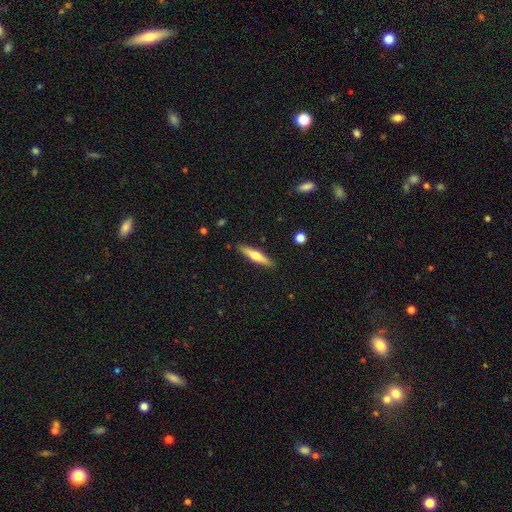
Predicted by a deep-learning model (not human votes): Overall: smooth (50%; featured or disk 44%). How rounded: cigar-shaped (85%). Merging: none (89%).